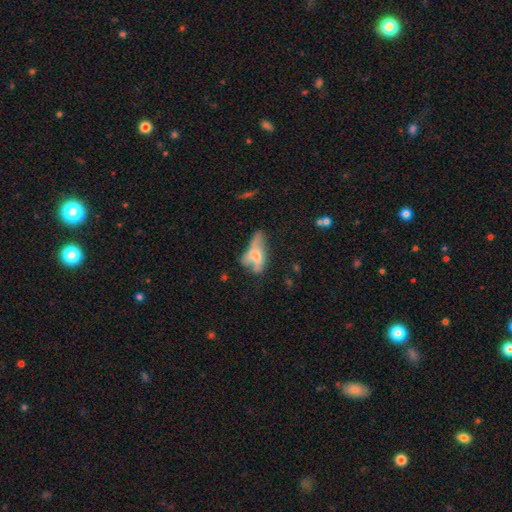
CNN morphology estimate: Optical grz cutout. It shows a smooth galaxy with no disk features (48%). Merging: major disturbance (33%).